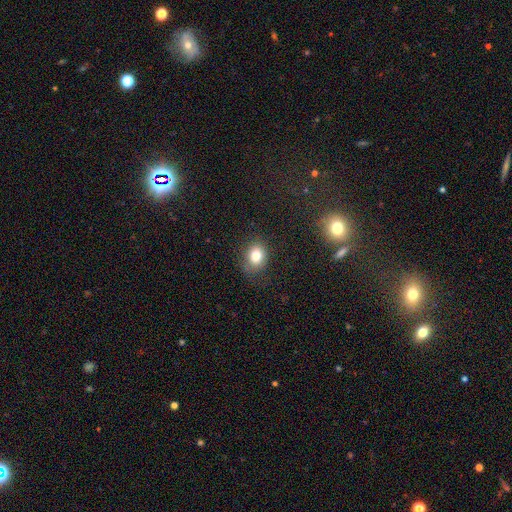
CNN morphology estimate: A smooth galaxy with no disk features (80%) that is in between round and cigar-shaped (50%). Merging: none (76%).